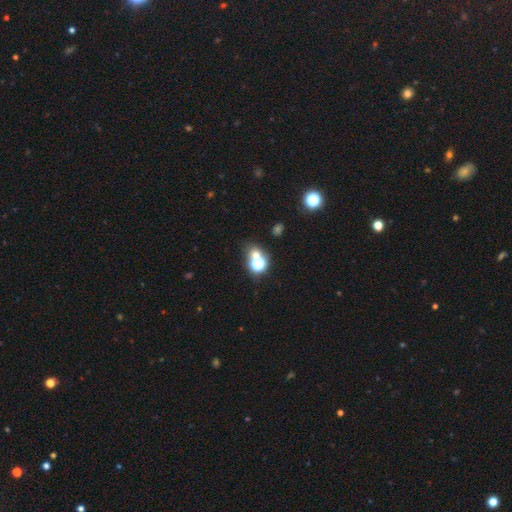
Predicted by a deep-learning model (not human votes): Smooth or featured: smooth — 53% (star or artifact — 37%)
How rounded: round — 71% (in between — 28%)
Merging: none — 53% (merger — 32%)